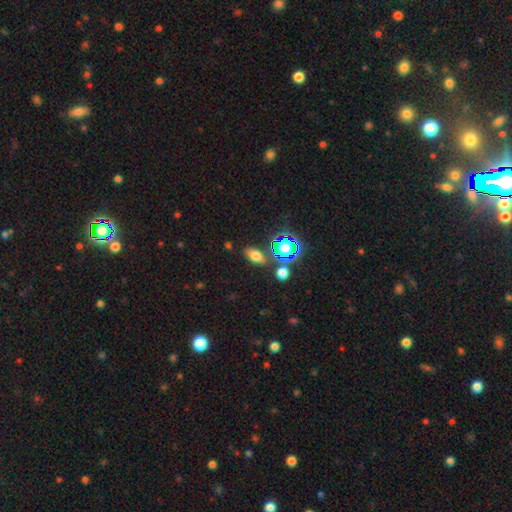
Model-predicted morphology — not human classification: This is likely a smooth galaxy (66%). How rounded: clearly in between (83%). Merging: likely none (80%).